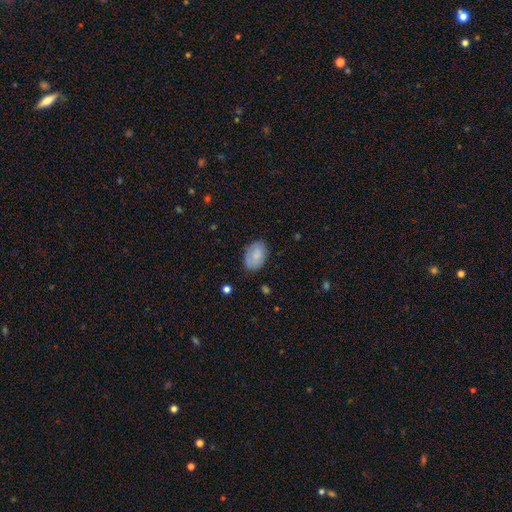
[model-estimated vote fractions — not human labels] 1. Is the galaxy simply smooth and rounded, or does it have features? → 82% smooth, 12% featured or disk, 7% star or artifact.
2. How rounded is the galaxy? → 88% in between, 11% round, 1% cigar-shaped.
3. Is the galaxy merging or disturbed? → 77% none, 17% minor disturbance, 4% major disturbance, 1% merger.